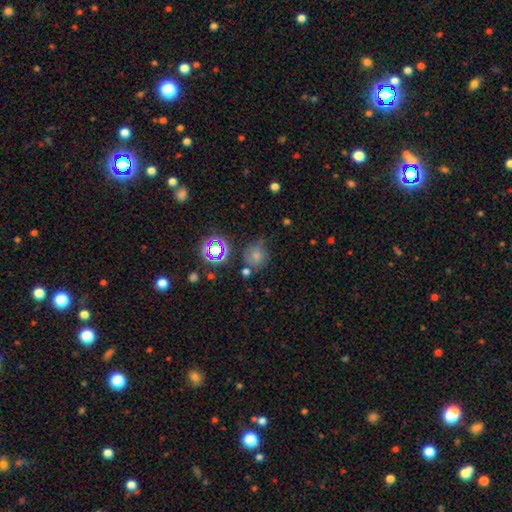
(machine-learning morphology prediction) Overall: smooth (64%; star or artifact 24%). How rounded: round (81%). Merging: none (58%; minor disturbance 25%).